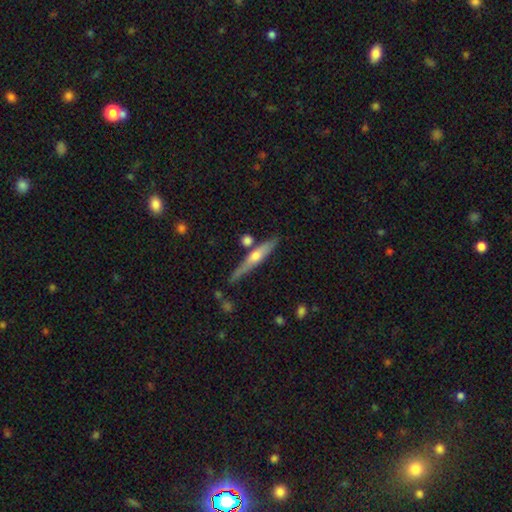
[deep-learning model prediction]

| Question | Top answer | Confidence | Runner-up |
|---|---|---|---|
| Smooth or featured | featured or disk | 58% | smooth (36%) |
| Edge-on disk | yes | 94% | no (6%) |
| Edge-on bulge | rounded | 84% | none (12%) |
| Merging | none | 76% | minor disturbance (14%) |